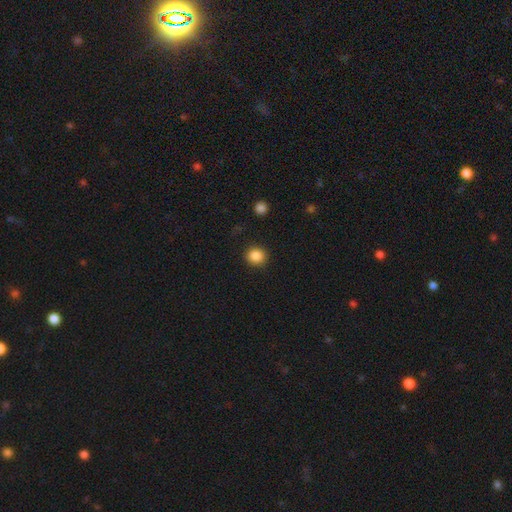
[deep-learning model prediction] Smooth or featured: smooth — 87% (star or artifact — 10%)
How rounded: round — 87% (in between — 12%)
Merging: none — 90% (minor disturbance — 6%)